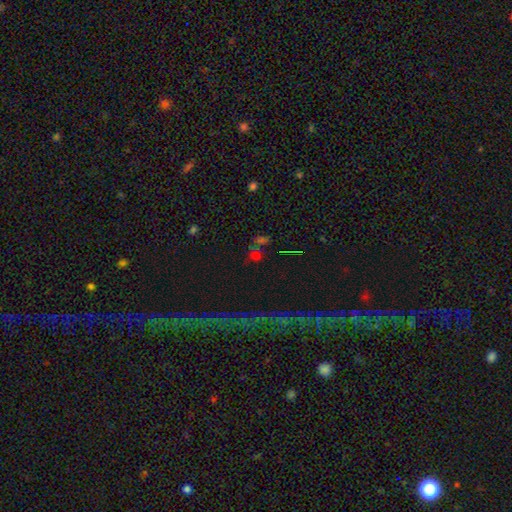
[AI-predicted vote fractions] Smooth or featured?
  - star or artifact: 51% *
  - smooth: 36%
  - featured or disk: 13%